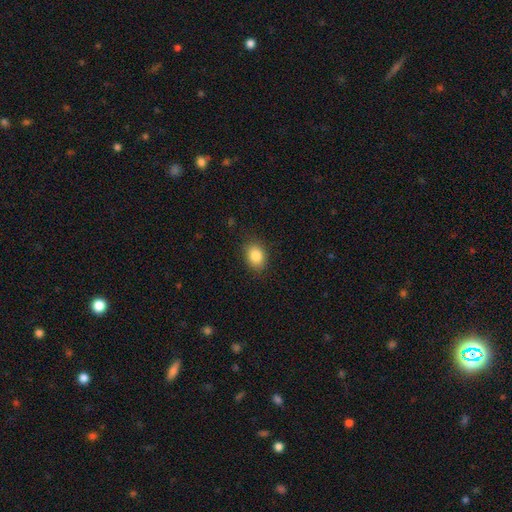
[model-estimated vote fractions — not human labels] Smooth or featured? smooth (85%)
How rounded? in between (72%)
Merging? none (86%)